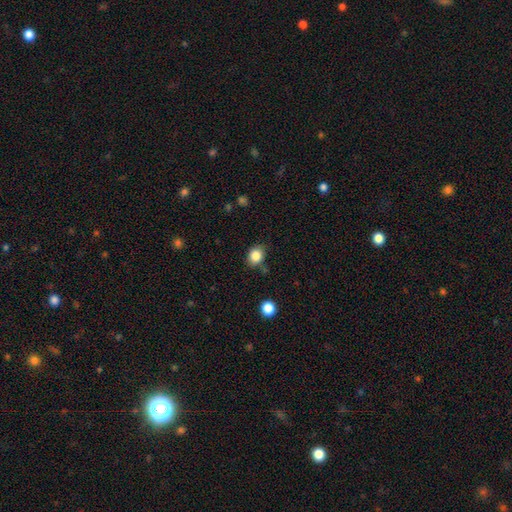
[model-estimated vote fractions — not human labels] Q: Smooth or featured?
A: smooth (84%); runner-up: star or artifact (10%)
Q: How rounded?
A: round (54%); runner-up: in between (45%)
Q: Merging?
A: none (76%); runner-up: minor disturbance (16%)